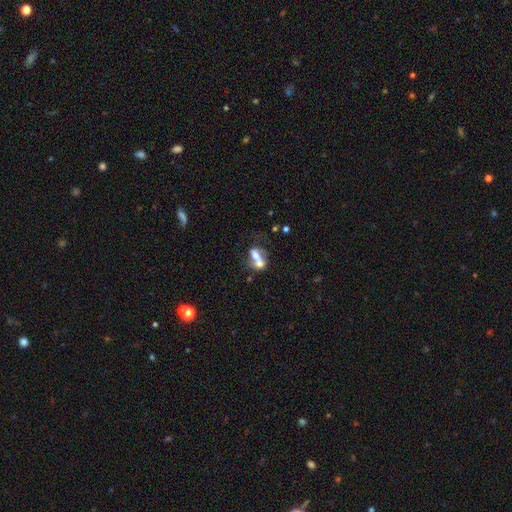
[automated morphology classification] This is possibly a smooth galaxy (55%). How rounded: likely in between (67%). Merging: likely merger (68%).